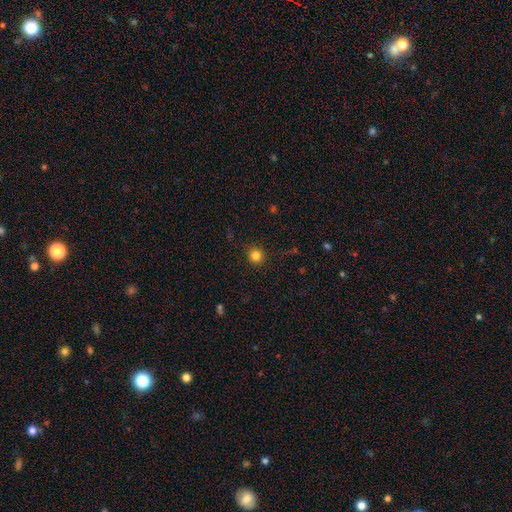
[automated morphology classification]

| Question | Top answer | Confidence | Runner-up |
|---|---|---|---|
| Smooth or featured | smooth | 83% | star or artifact (13%) |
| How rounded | round | 92% | in between (7%) |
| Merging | none | 89% | minor disturbance (7%) |